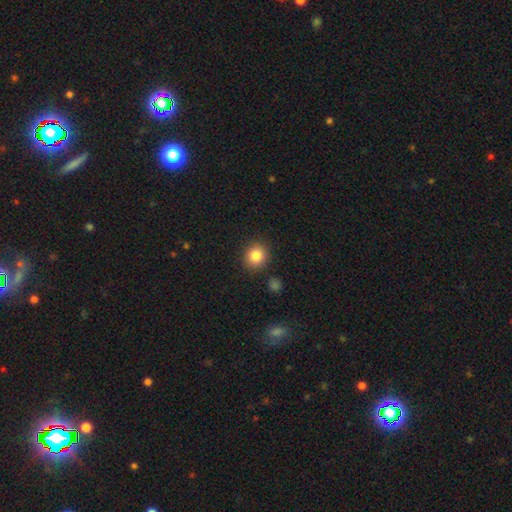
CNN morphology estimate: This is clearly a smooth galaxy (84%). How rounded: clearly round (82%). Merging: clearly none (88%).